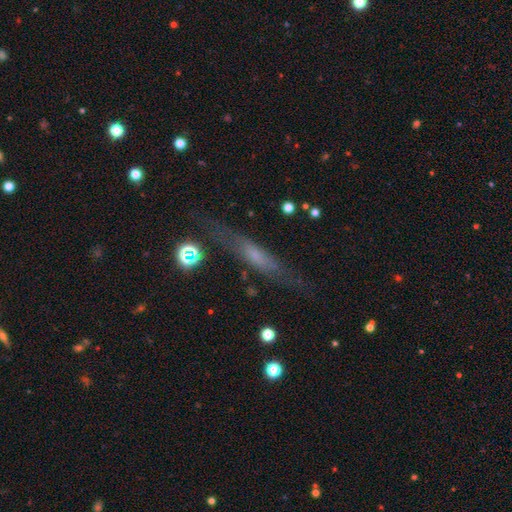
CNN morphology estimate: This is possibly a featured or disk galaxy (49%). Merging: likely none (72%).